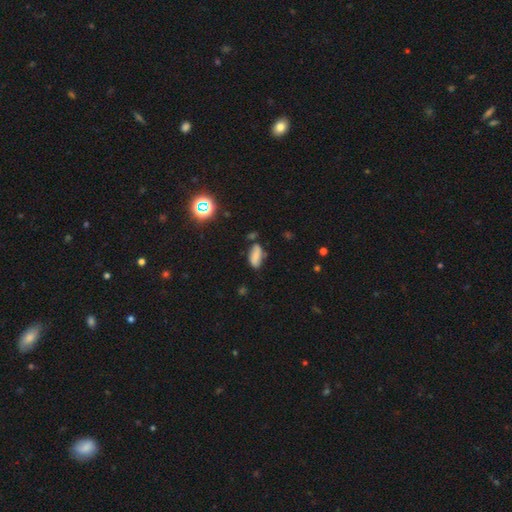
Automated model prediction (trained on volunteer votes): smooth_or_featured: smooth (p=0.72) [alt: featured or disk p=0.17]
how_rounded: in between (p=0.80) [alt: cigar-shaped p=0.16]
merging: none (p=0.63) [alt: minor disturbance p=0.25]